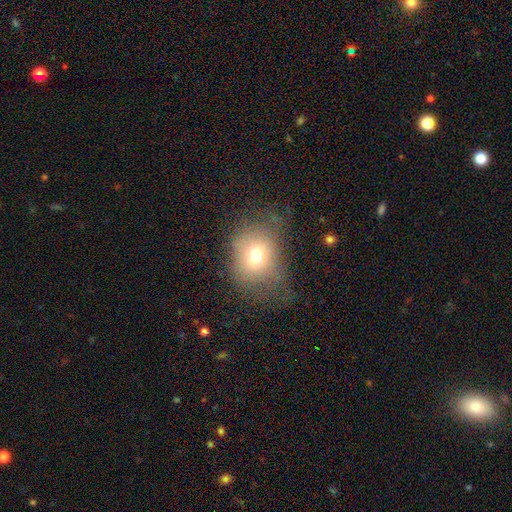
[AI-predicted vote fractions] Overall: smooth (69%). How rounded: round (61%; in between 38%). Merging: none (55%; minor disturbance 23%).